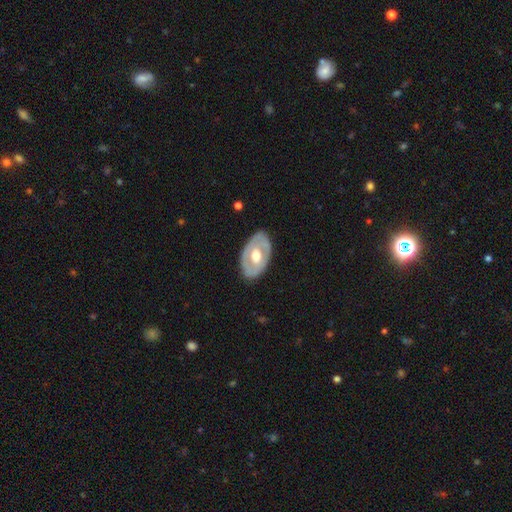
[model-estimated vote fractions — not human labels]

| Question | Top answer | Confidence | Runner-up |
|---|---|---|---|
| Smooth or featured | featured or disk | 60% | smooth (35%) |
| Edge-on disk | no | 89% | yes (11%) |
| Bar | no | 77% | weak (18%) |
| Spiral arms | no | 80% | yes (20%) |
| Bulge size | moderate | 68% | large (23%) |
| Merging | none | 80% | minor disturbance (15%) |